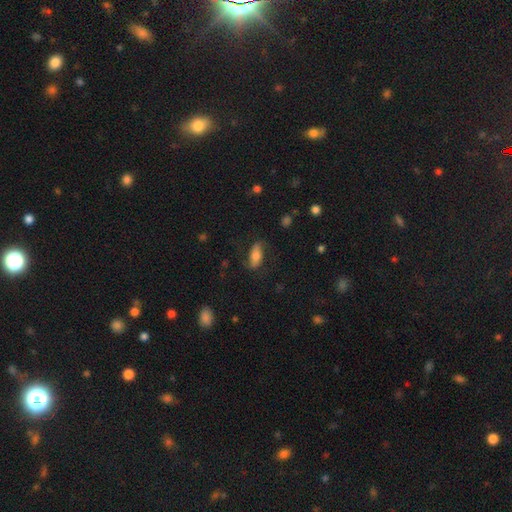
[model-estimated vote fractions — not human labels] smooth 56%, featured or disk 35%, star or artifact 8%. Down the decision tree: how rounded — in between (80%); merging — none (70%).